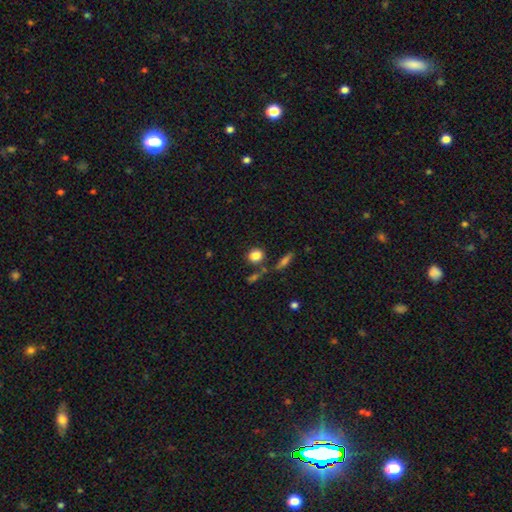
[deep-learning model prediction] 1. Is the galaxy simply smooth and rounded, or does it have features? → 83% smooth, 10% star or artifact, 7% featured or disk.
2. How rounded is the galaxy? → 66% round, 31% in between, 3% cigar-shaped.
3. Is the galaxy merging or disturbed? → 72% none, 12% merger, 12% minor disturbance, 4% major disturbance.